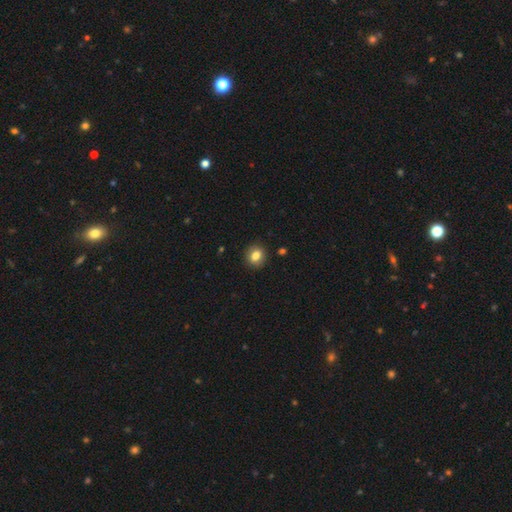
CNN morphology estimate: This is clearly a smooth galaxy (82%). How rounded: likely round (72%). Merging: clearly none (89%).